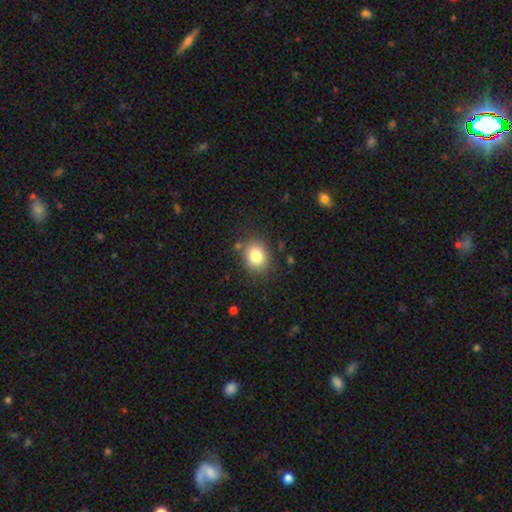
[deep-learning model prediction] smooth 81%, star or artifact 10%, featured or disk 8%. Down the decision tree: how rounded — round (59%); merging — none (83%).